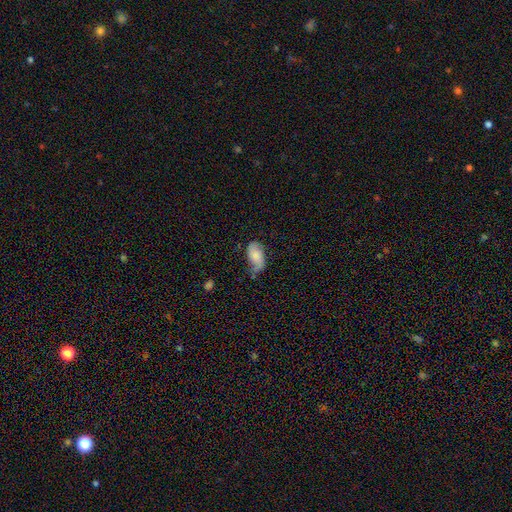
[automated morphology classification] smooth_or_featured: smooth (p=0.71) [alt: featured or disk p=0.22]
how_rounded: in between (p=0.93) [alt: round p=0.03]
merging: none (p=0.49) [alt: minor disturbance p=0.36]